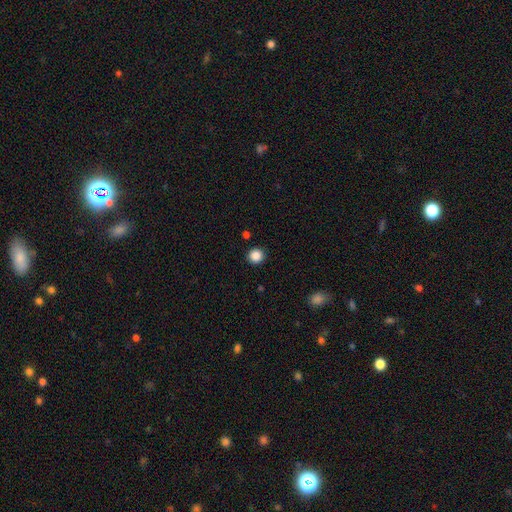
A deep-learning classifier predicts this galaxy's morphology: smooth-or-featured: smooth: 86% | star or artifact: 11% | featured or disk: 3%
  how-rounded: round: 95% | in between: 4% | cigar-shaped: 1%
  merging: none: 93% | minor disturbance: 4% | major disturbance: 2% | merger: 1%